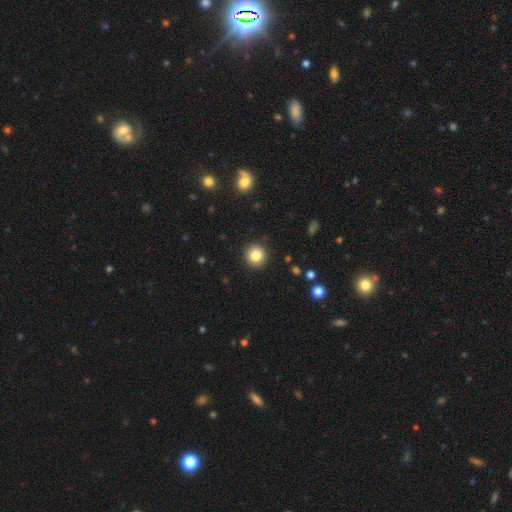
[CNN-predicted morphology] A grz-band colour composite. It shows a smooth galaxy with no disk features (84%) that is round (94%). Merging: none (92%).